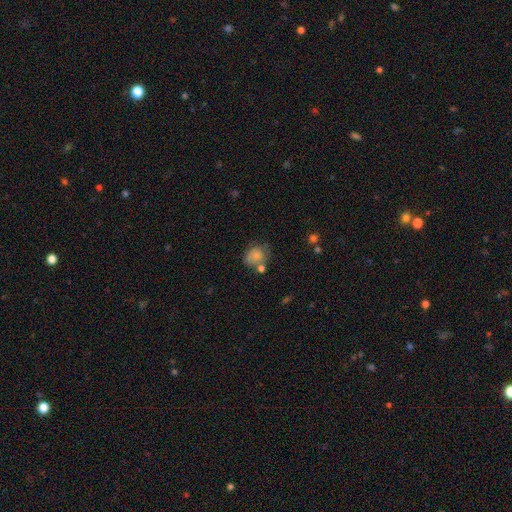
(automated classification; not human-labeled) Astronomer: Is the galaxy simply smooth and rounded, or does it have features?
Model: smooth — 75%.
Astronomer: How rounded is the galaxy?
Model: round — 65%.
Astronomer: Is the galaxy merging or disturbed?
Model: none — 48% (runner-up: minor disturbance, 25%).